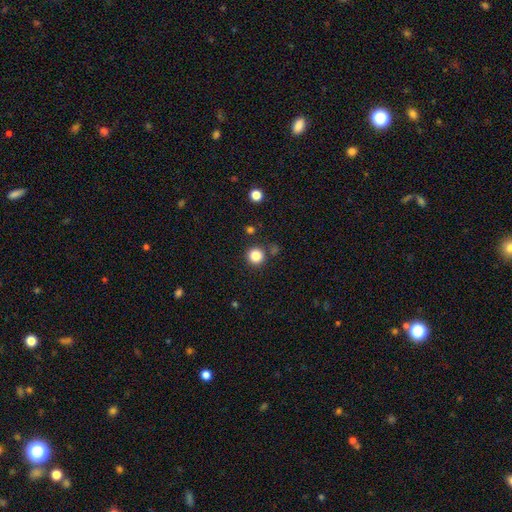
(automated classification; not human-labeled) The model was most divided on "smooth or featured": smooth: 84%, star or artifact: 12%, featured or disk: 4%. More confident: how rounded — round (94%); merging — none (86%).